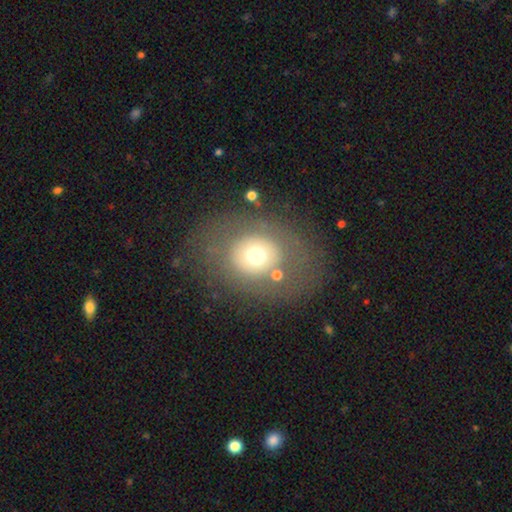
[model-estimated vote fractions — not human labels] The model was most divided on "how rounded": round: 60%, in between: 39%, cigar-shaped: 1%. More confident: merging — none (75%); smooth or featured — smooth (58%).